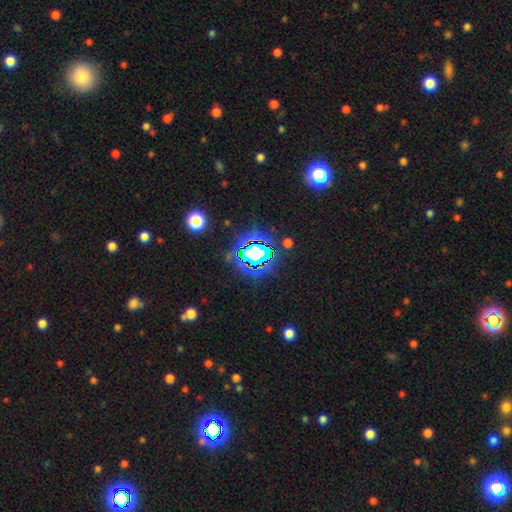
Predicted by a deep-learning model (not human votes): Smooth or featured? star or artifact (73%)